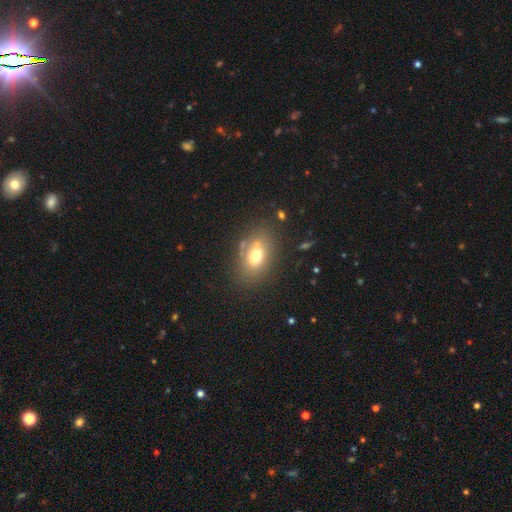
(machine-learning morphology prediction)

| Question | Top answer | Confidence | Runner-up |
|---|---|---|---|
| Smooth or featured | smooth | 70% | featured or disk (17%) |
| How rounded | in between | 73% | round (26%) |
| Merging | none | 72% | minor disturbance (14%) |